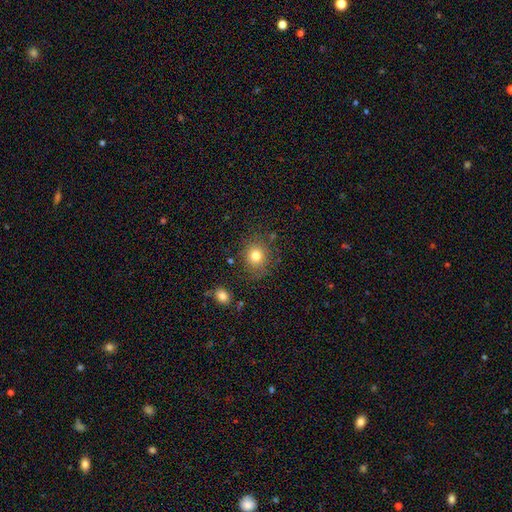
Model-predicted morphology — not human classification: smooth-or-featured: smooth: 80% | star or artifact: 12% | featured or disk: 8%
  how-rounded: round: 78% | in between: 21% | cigar-shaped: 1%
  merging: none: 81% | minor disturbance: 12% | major disturbance: 4% | merger: 3%